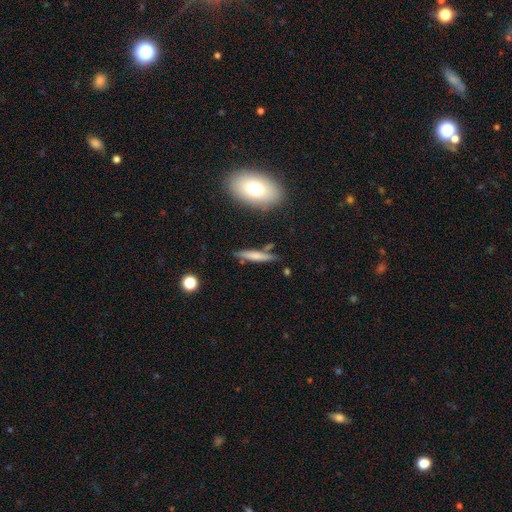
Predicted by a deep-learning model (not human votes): A smooth galaxy with no disk features (63%) that is cigar-shaped (88%). Merging: none (77%).